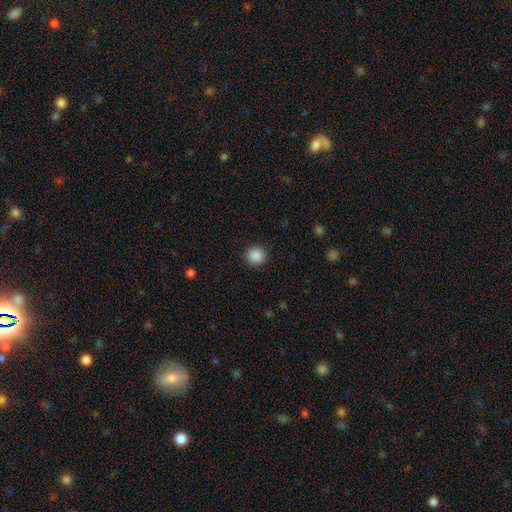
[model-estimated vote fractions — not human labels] Overall: smooth (88%). How rounded: round (92%). Merging: none (91%).